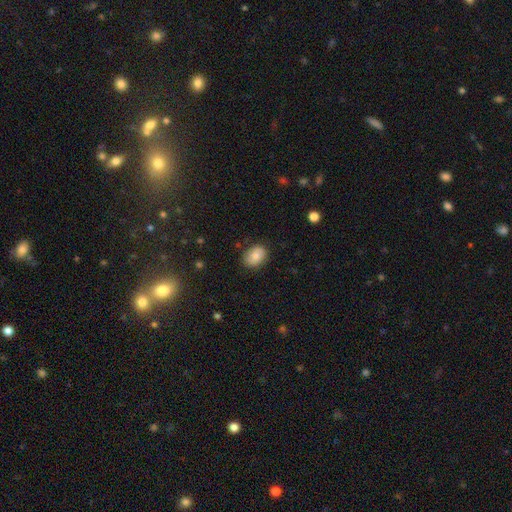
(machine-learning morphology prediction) Q: Smooth or featured?
A: smooth (82%); runner-up: featured or disk (10%)
Q: How rounded?
A: in between (75%); runner-up: round (24%)
Q: Merging?
A: none (81%); runner-up: minor disturbance (14%)